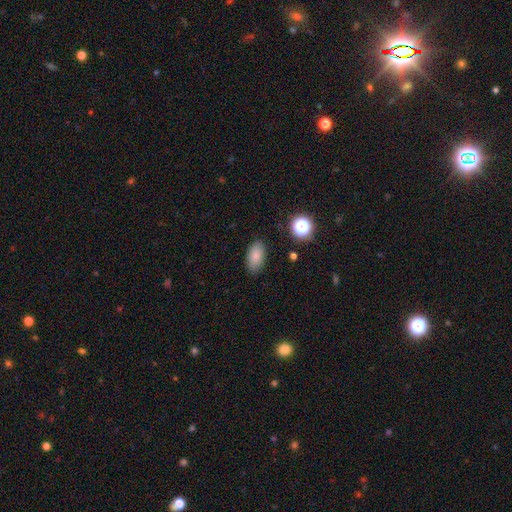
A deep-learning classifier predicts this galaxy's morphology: Smooth or featured?
  - smooth: 84% *
  - star or artifact: 10%
  - featured or disk: 7%
How rounded?
  - in between: 92% *
  - round: 5%
  - cigar-shaped: 3%
Merging?
  - none: 86% *
  - minor disturbance: 10%
  - major disturbance: 3%
  - merger: 1%